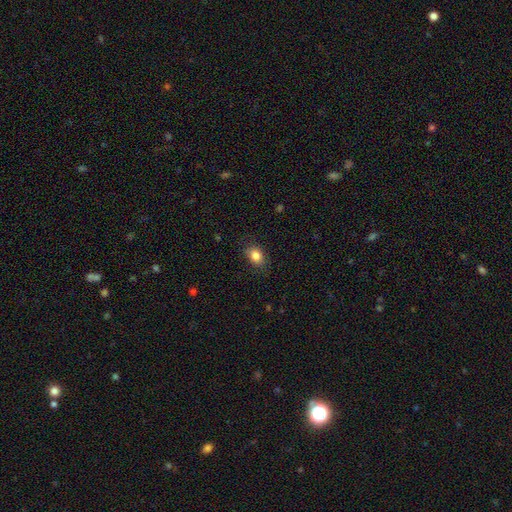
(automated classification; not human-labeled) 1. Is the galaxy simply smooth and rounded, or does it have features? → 85% smooth, 9% star or artifact, 6% featured or disk.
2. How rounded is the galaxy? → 70% in between, 28% round, 1% cigar-shaped.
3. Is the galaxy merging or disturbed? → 83% none, 13% minor disturbance, 3% major disturbance, 1% merger.